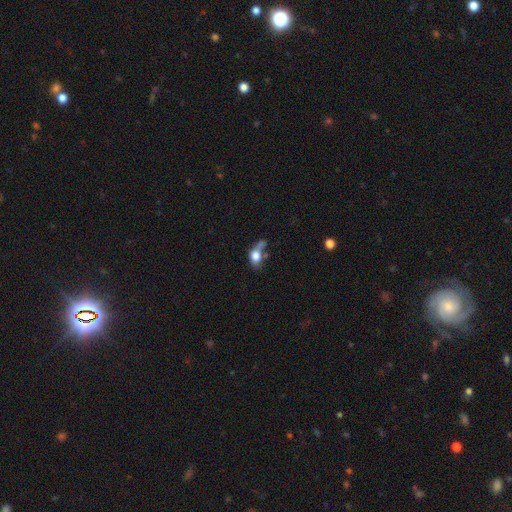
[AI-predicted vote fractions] This appears to be a smooth galaxy with no disk features (71%) that is in between round and cigar-shaped (67%). Merging: merger (32%).